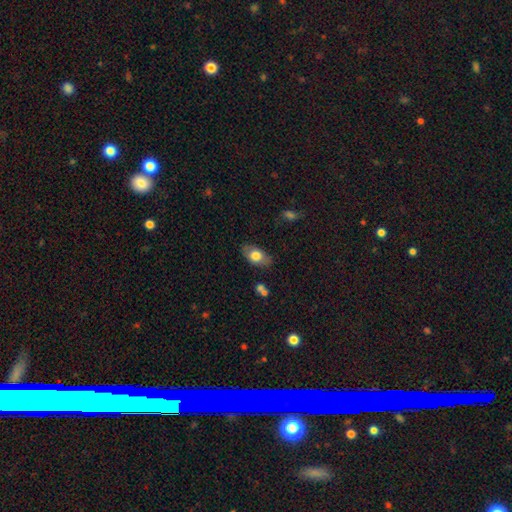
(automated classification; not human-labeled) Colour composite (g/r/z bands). It shows a smooth galaxy with no disk features (71%) that is in between round and cigar-shaped (90%). Merging: none (79%).